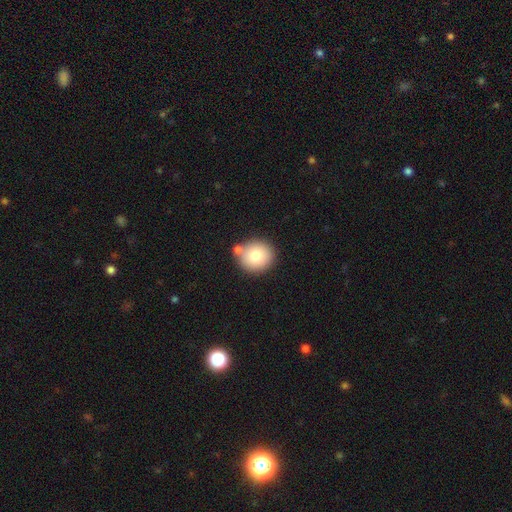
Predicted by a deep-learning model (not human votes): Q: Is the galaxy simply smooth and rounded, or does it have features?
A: smooth — 77%.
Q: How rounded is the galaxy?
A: round — 87%.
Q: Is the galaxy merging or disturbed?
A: none — 72%.